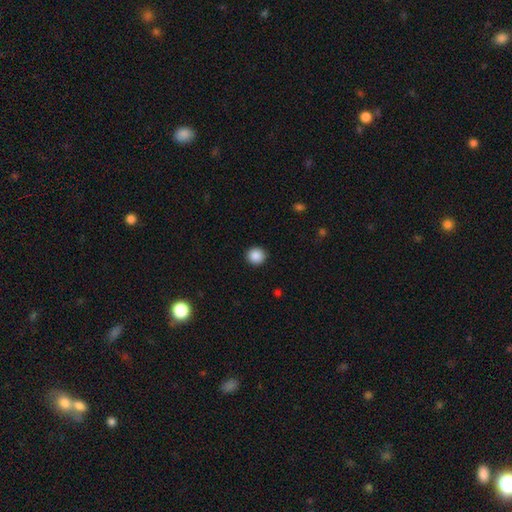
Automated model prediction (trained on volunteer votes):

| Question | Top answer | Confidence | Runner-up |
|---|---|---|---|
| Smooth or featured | smooth | 88% | star or artifact (9%) |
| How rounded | round | 93% | in between (6%) |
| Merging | none | 92% | minor disturbance (5%) |